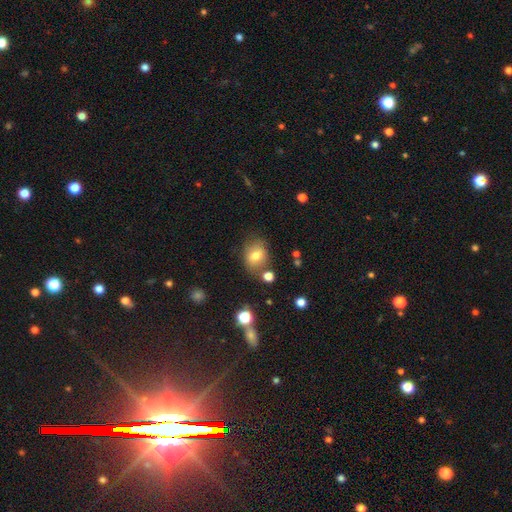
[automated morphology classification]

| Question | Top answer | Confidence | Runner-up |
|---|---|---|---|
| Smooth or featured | smooth | 73% | featured or disk (15%) |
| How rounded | in between | 53% | round (45%) |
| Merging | none | 67% | minor disturbance (19%) |